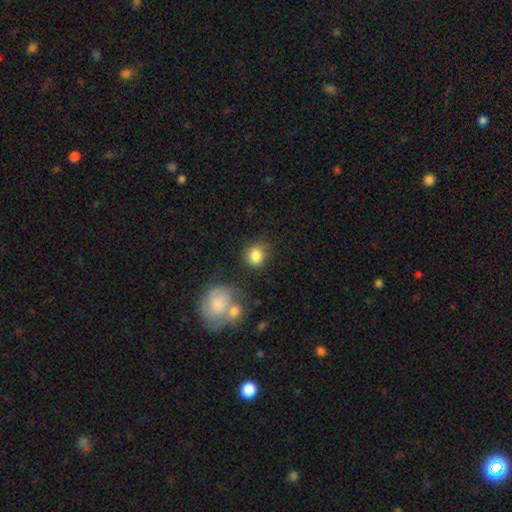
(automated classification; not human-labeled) smooth-or-featured: smooth: 85% | star or artifact: 8% | featured or disk: 7%
  how-rounded: round: 81% | in between: 18% | cigar-shaped: 1%
  merging: none: 75% | minor disturbance: 13% | merger: 6% | major disturbance: 5%